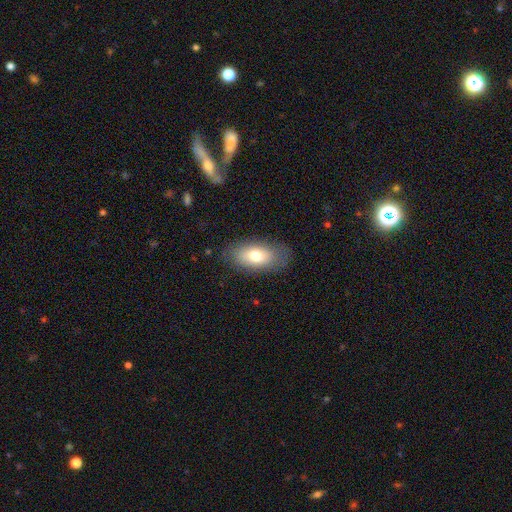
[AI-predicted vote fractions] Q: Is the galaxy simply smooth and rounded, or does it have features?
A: smooth — 74%.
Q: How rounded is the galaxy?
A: in between — 91%.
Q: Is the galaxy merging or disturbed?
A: none — 80%.